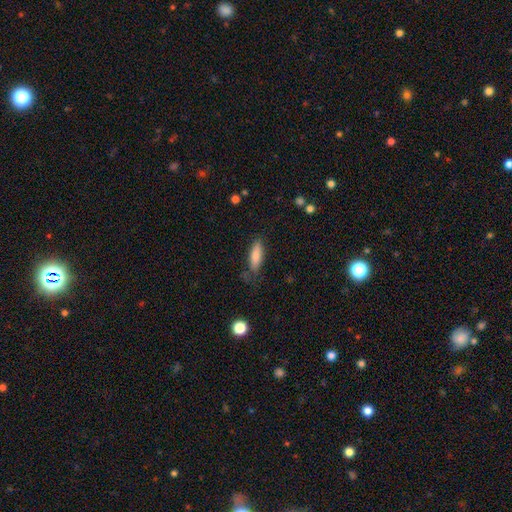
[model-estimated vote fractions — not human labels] This appears to be a smooth galaxy with no disk features (82%) that is in between round and cigar-shaped (52%). Merging: none (71%).